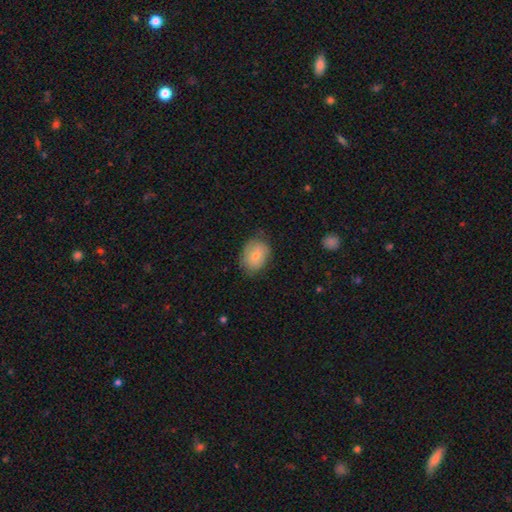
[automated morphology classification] Overall: smooth (74%). How rounded: in between (67%; round 32%). Merging: none (70%).